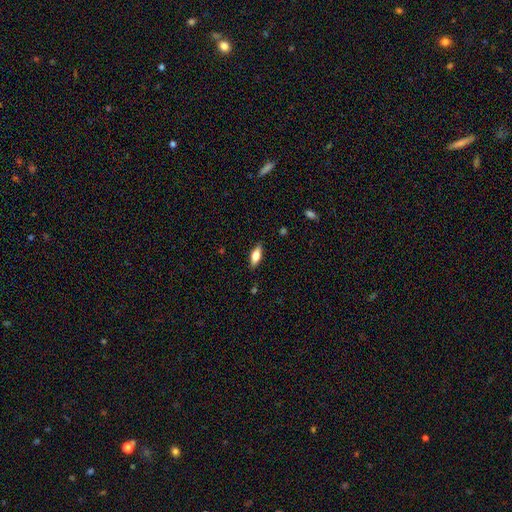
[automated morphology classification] smooth_or_featured: smooth (p=0.68) [alt: featured or disk p=0.25]
how_rounded: in between (p=0.73) [alt: cigar-shaped p=0.24]
merging: none (p=0.86) [alt: minor disturbance p=0.11]